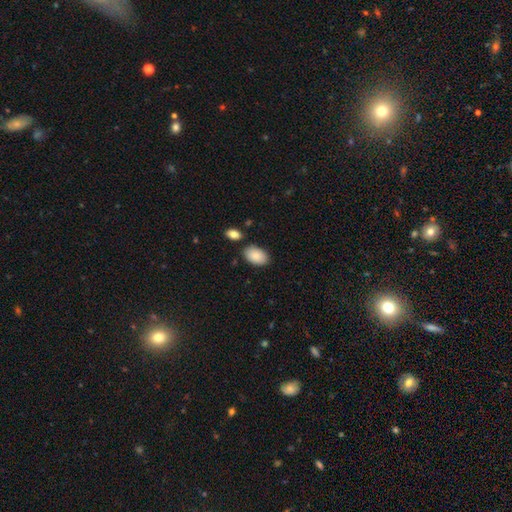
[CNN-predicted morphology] Smooth or featured?
  - smooth: 89% *
  - star or artifact: 6%
  - featured or disk: 5%
How rounded?
  - in between: 93% *
  - round: 6%
  - cigar-shaped: 1%
Merging?
  - none: 82% *
  - minor disturbance: 11%
  - merger: 4%
  - major disturbance: 3%